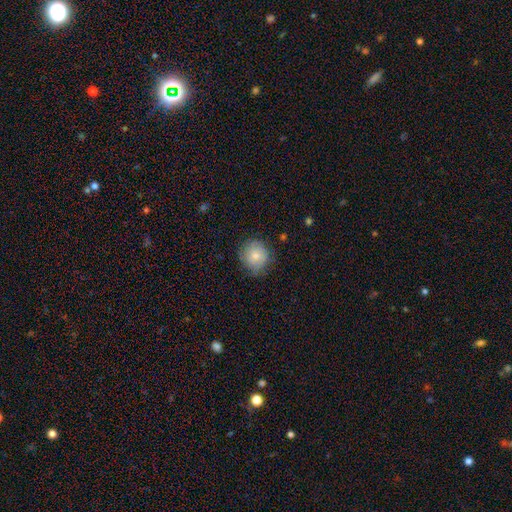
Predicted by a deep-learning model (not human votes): Morphology: type=smooth (80%); roundness=round (90%); merging=none (75%).